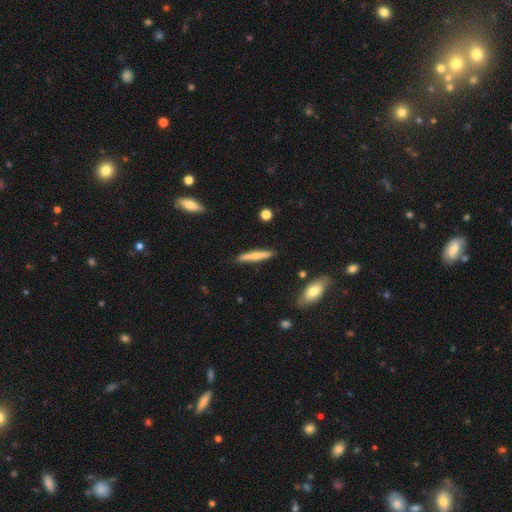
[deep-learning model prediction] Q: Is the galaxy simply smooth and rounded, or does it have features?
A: smooth — 60%.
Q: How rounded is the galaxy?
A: cigar-shaped — 93%.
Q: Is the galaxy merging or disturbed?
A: none — 88%.